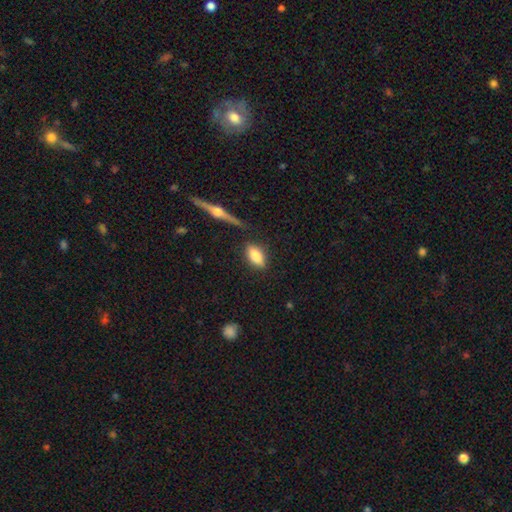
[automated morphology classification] smooth_or_featured: smooth (p=0.75) [alt: featured or disk p=0.17]
how_rounded: in between (p=0.83) [alt: cigar-shaped p=0.12]
merging: none (p=0.80) [alt: minor disturbance p=0.12]